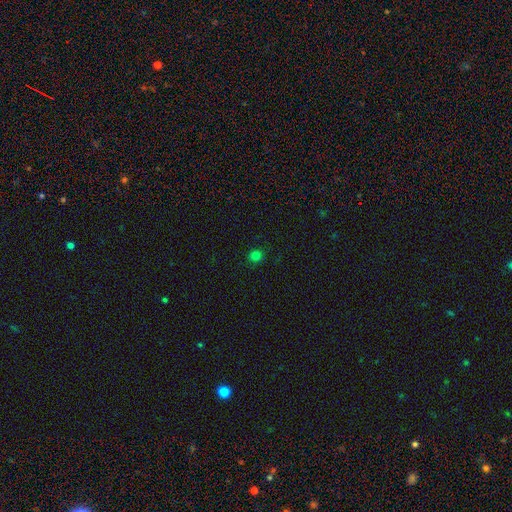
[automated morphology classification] Smooth or featured? Predicted: smooth (p=0.78). How rounded? Predicted: round (p=0.91). Merging? Predicted: none (p=0.90).